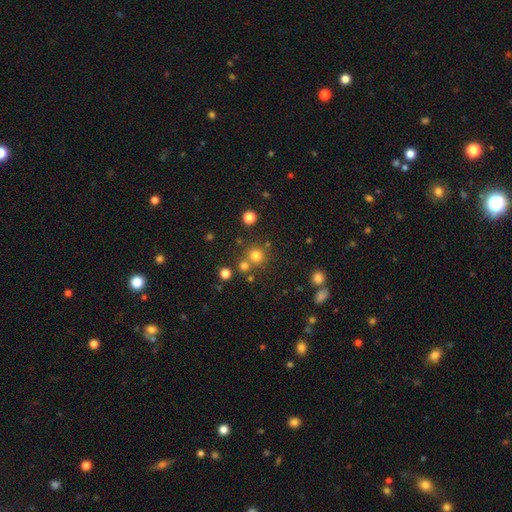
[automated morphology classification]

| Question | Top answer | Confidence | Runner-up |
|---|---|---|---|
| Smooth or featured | smooth | 75% | star or artifact (18%) |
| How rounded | round | 93% | in between (6%) |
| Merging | none | 72% | merger (17%) |